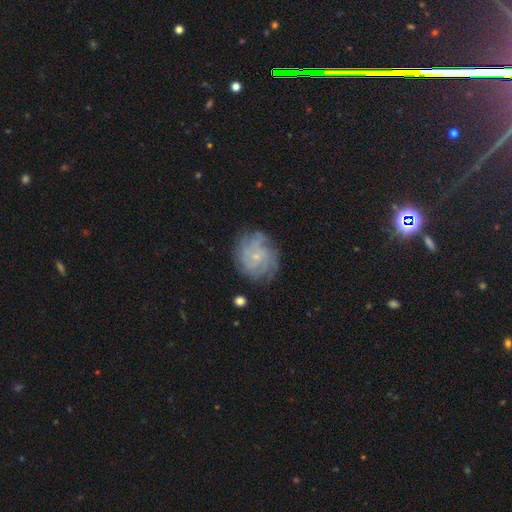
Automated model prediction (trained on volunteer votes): This is likely a featured or disk galaxy (71%). It is clearly not viewed edge-on (98%). Bar: likely no (78%). Spiral arm pattern: clearly yes (90%). Spiral arm count: marginally can't tell (41%). Spiral winding: likely tight (63%). Central bulge: clearly small (82%). Merging: likely none (74%).